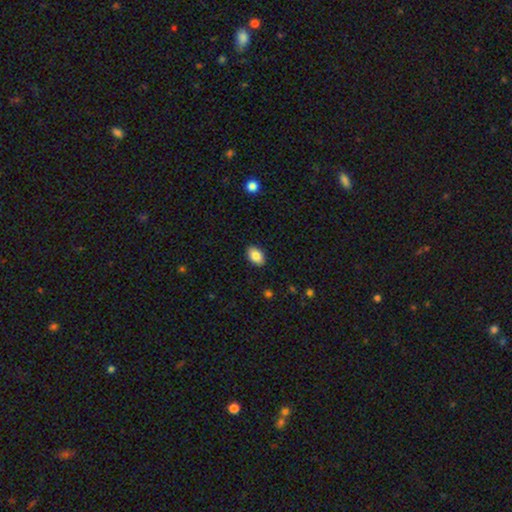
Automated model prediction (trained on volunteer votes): Morphology: type=smooth (86%); roundness=in between (89%); merging=none (89%).